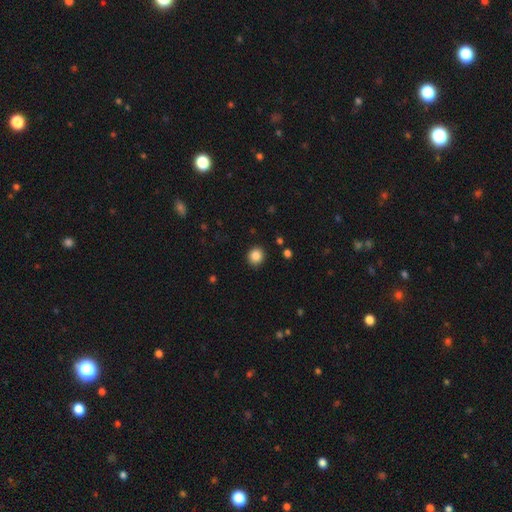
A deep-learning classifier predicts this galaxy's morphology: Smooth or featured? smooth (85%)
How rounded? round (84%)
Merging? none (91%)